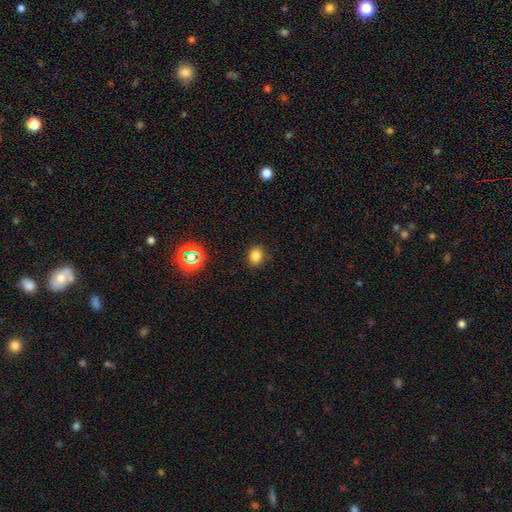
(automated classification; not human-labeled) Q: Smooth or featured?
A: smooth (80%); runner-up: star or artifact (15%)
Q: How rounded?
A: round (63%); runner-up: in between (36%)
Q: Merging?
A: none (88%); runner-up: minor disturbance (8%)